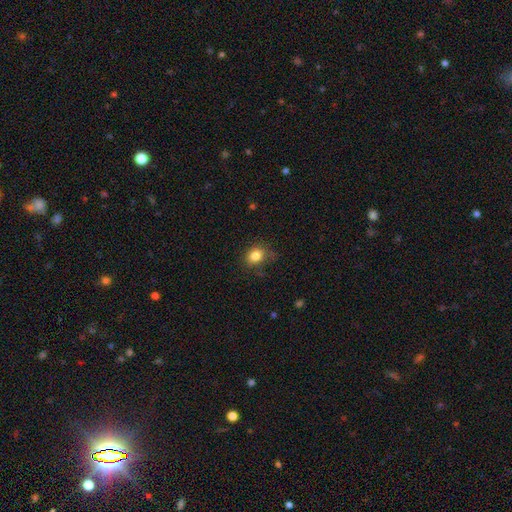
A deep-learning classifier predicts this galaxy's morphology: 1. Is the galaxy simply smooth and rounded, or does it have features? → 83% smooth, 11% star or artifact, 6% featured or disk.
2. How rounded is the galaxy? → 50% in between, 49% round, 1% cigar-shaped.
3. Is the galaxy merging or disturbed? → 74% none, 19% minor disturbance, 5% major disturbance, 2% merger.